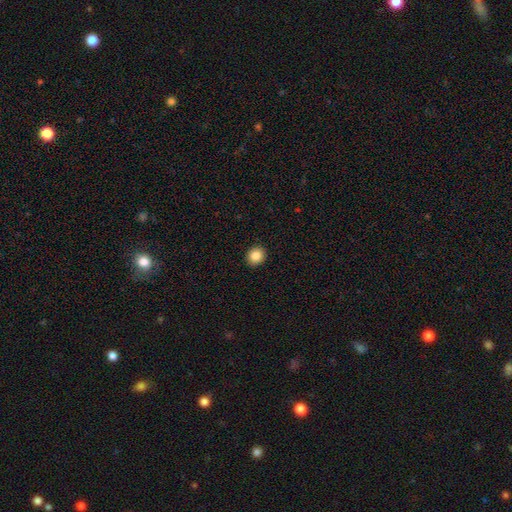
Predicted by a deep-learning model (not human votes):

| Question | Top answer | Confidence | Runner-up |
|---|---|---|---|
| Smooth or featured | smooth | 85% | star or artifact (10%) |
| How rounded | round | 75% | in between (24%) |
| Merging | none | 92% | minor disturbance (6%) |